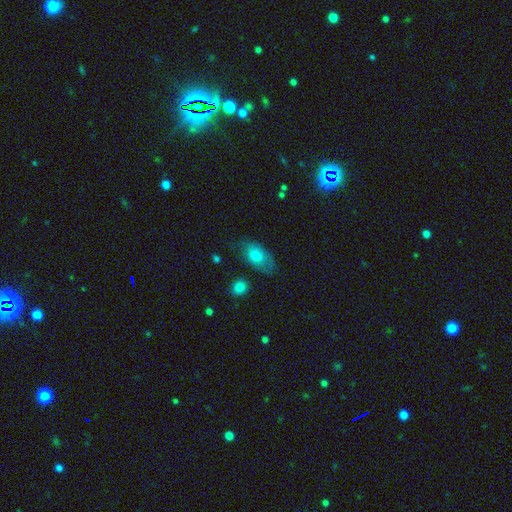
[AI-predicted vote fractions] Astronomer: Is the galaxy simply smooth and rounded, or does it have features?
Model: smooth — 73%.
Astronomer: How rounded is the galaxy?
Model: in between — 90%.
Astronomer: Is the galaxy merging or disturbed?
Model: none — 64%.